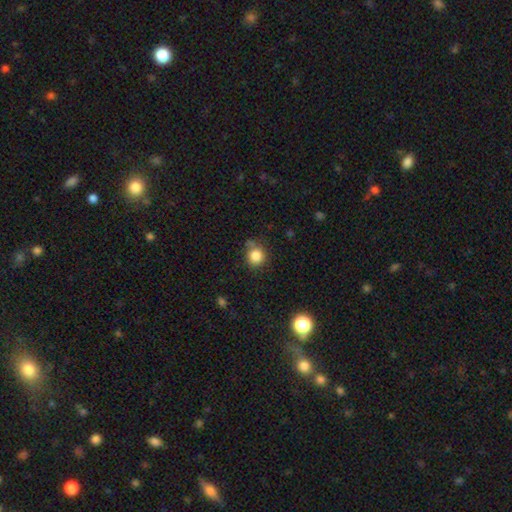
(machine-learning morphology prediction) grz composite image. It shows a smooth galaxy with no disk features (84%) that is round (87%). Merging: none (70%).